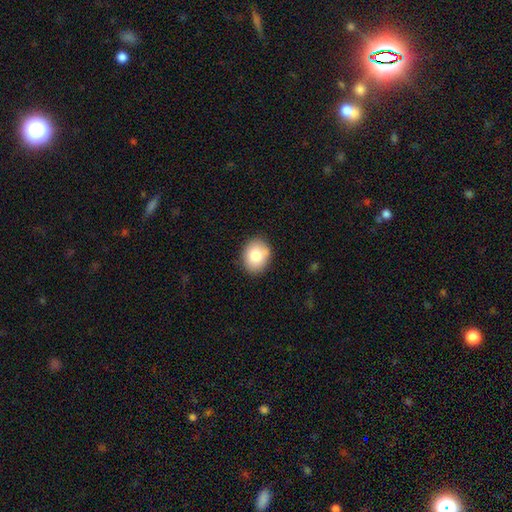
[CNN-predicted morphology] smooth-or-featured: smooth: 79% | featured or disk: 12% | star or artifact: 8%
  how-rounded: round: 52% | in between: 47% | cigar-shaped: 1%
  merging: none: 85% | minor disturbance: 11% | major disturbance: 2% | merger: 2%